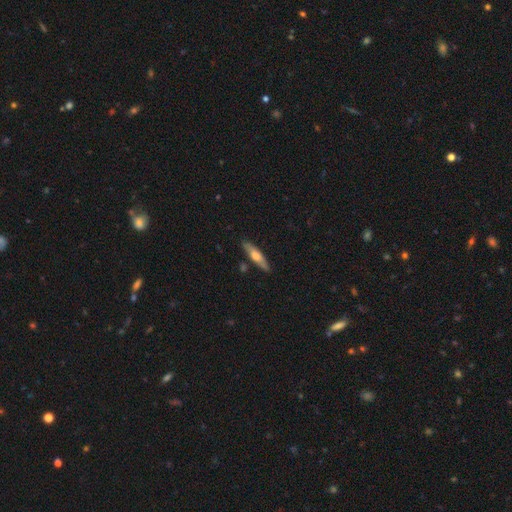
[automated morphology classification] Smooth or featured?
  - smooth: 49% *
  - featured or disk: 45%
  - star or artifact: 6%
Merging?
  - none: 85% *
  - minor disturbance: 10%
  - merger: 2%
  - major disturbance: 2%